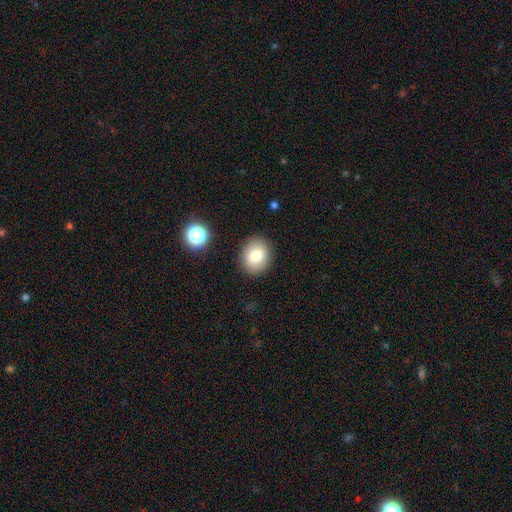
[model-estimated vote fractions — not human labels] The model was most divided on "how rounded": round: 57%, in between: 42%, cigar-shaped: 1%. More confident: merging — none (88%); smooth or featured — smooth (79%).